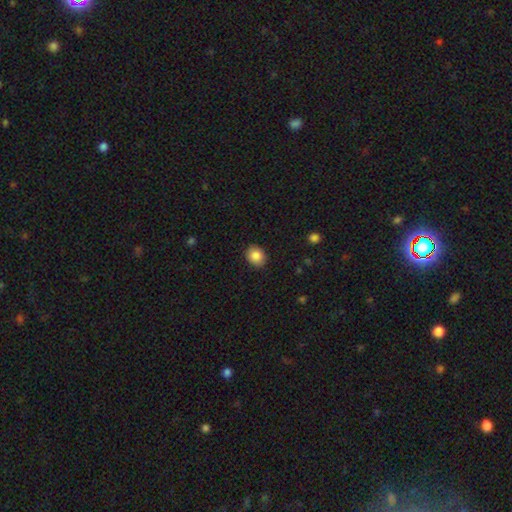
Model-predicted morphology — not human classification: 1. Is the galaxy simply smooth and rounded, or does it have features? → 87% smooth, 8% star or artifact, 4% featured or disk.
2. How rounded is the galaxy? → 65% round, 34% in between, 1% cigar-shaped.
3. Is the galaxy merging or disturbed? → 88% none, 9% minor disturbance, 2% major disturbance, 1% merger.